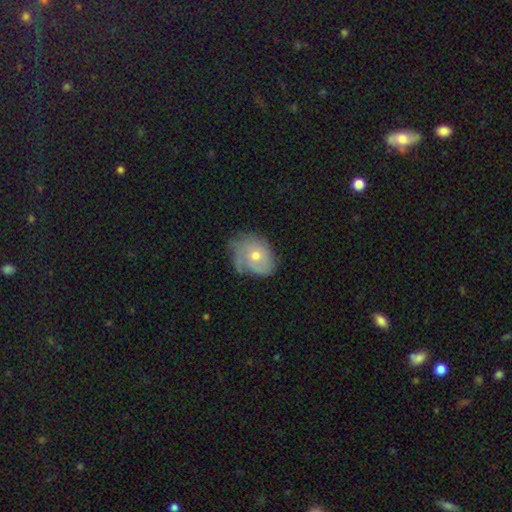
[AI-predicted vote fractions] Smooth or featured? Predicted: featured or disk (p=0.52). Edge-on disk? Predicted: no (p=0.95). Merging? Predicted: none (p=0.48).